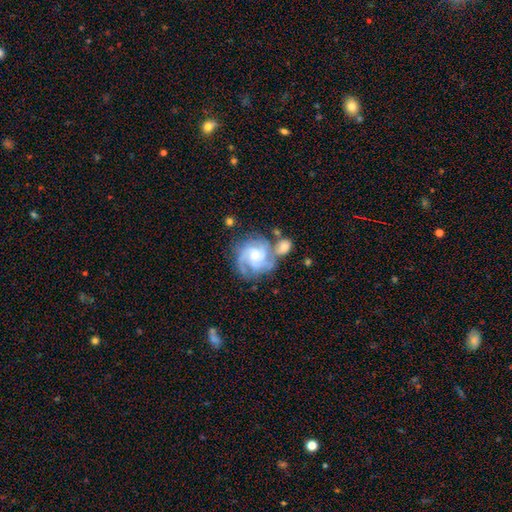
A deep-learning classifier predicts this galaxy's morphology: featured or disk 84%, smooth 10%, star or artifact 6%. Down the decision tree: edge-on disk — no (98%); bar — no (67%); spiral arms — yes (97%); spiral arm count — 3 (43%); spiral winding — tight (53%); bulge size — small (54%); merging — none (48%).